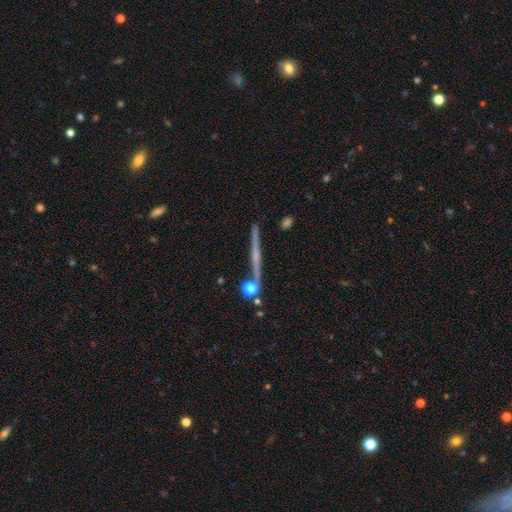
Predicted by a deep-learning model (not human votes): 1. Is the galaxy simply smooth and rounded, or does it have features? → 70% featured or disk, 20% smooth, 9% star or artifact.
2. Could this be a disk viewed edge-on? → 97% yes, 3% no.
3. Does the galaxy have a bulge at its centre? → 46% none, 45% rounded, 9% boxy.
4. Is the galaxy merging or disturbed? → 86% none, 8% minor disturbance, 4% merger, 2% major disturbance.